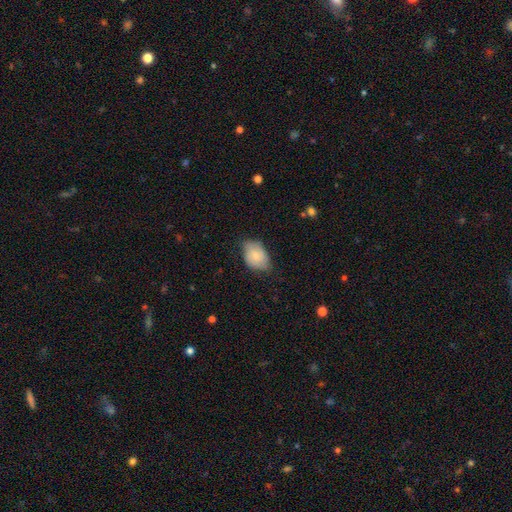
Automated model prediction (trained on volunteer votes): Smooth or featured? smooth (69%)
How rounded? in between (80%)
Merging? none (58%)